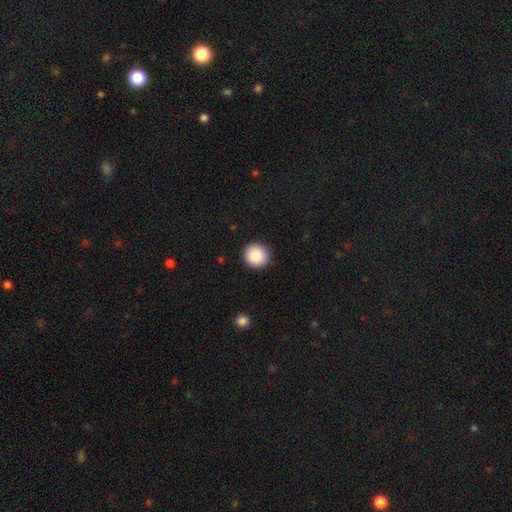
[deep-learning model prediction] Morphology: type=smooth (87%); roundness=round (93%); merging=none (91%).